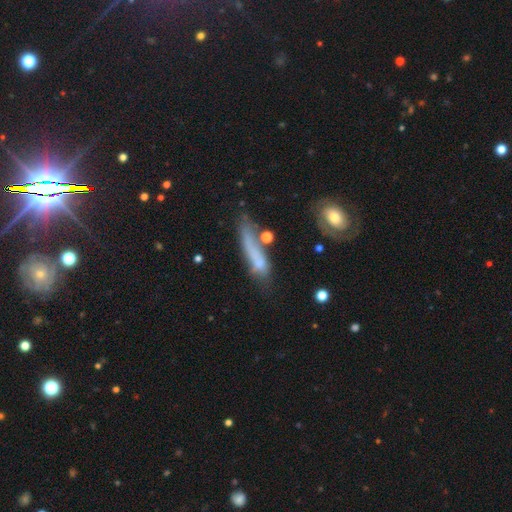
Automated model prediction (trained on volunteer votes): A smooth galaxy with no disk features (57%) that is cigar-shaped (72%). Merging: none (39%).